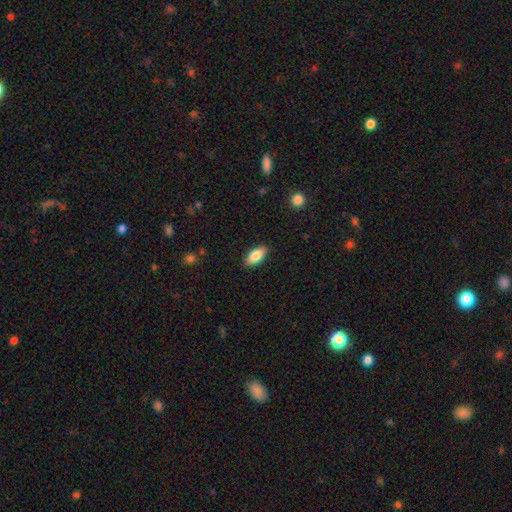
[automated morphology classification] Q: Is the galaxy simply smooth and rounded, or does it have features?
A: smooth — 81%.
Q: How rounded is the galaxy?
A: in between — 86%.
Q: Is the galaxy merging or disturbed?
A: none — 87%.